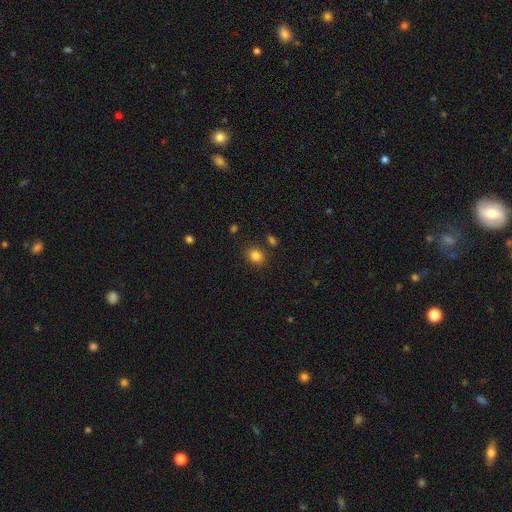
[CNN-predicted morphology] Smooth or featured? smooth (83%)
How rounded? round (62%)
Merging? none (84%)